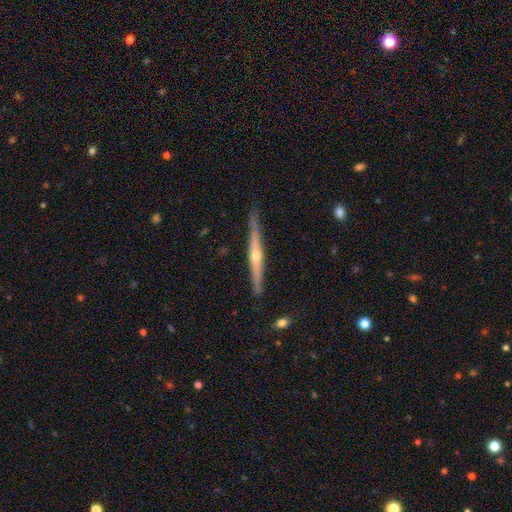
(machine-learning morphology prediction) Smooth or featured: featured or disk — 77% (smooth — 17%)
Edge-on disk: yes — 98% (no — 2%)
Edge-on bulge: rounded — 85% (none — 12%)
Merging: none — 87% (minor disturbance — 10%)